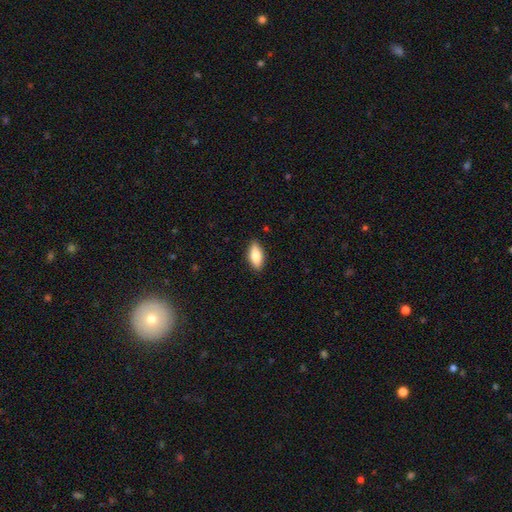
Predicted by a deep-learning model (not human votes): smooth_or_featured: smooth (p=0.84) [alt: featured or disk p=0.10]
how_rounded: in between (p=0.82) [alt: cigar-shaped p=0.15]
merging: none (p=0.87) [alt: minor disturbance p=0.10]